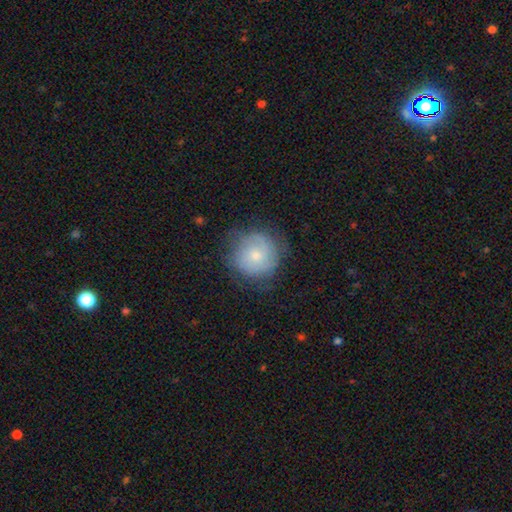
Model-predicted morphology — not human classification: smooth 58%, featured or disk 34%, star or artifact 8%. Down the decision tree: how rounded — round (91%); merging — none (69%).